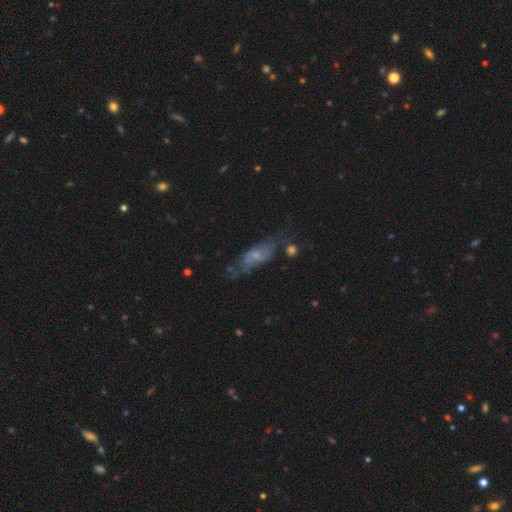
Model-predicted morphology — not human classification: Smooth or featured? featured or disk (45%)
Merging? none (37%)